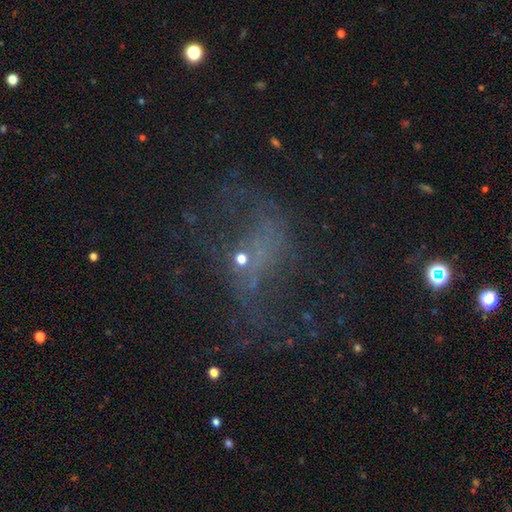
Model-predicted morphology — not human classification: smooth-or-featured: featured or disk: 57% | star or artifact: 26% | smooth: 17%
  disk-edge-on: no: 95% | yes: 5%
    bar: no: 68% | weak: 24% | strong: 8%
    has-spiral-arms: no: 50% (tied) | yes: 50% (tied)
    bulge-size: small: 59% | none: 24% | moderate: 13% | large: 2% | dominant: 1%
  merging: none: 46% | major disturbance: 33% | minor disturbance: 16% | merger: 5%